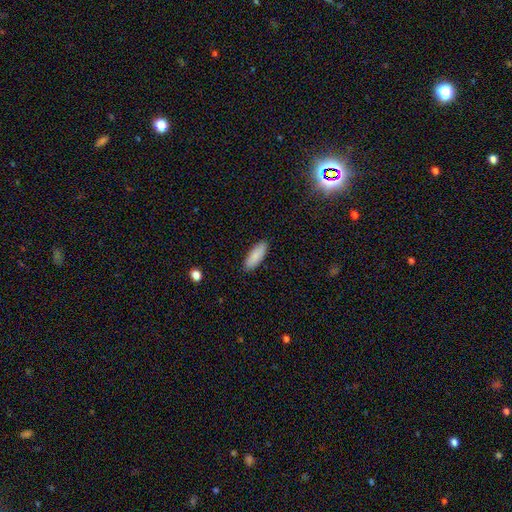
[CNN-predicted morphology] Smooth or featured? Predicted: smooth (p=0.87). How rounded? Predicted: in between (p=0.66). Merging? Predicted: none (p=0.89).